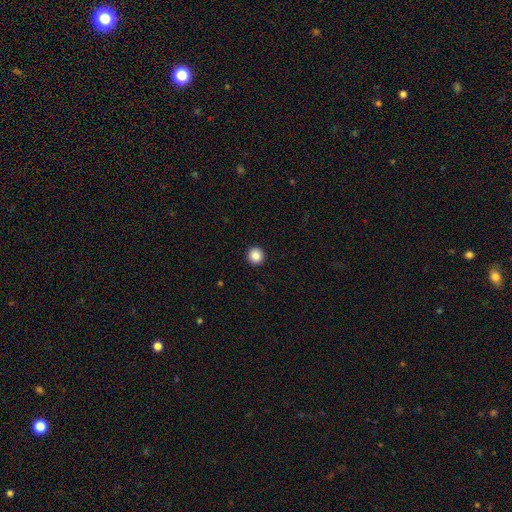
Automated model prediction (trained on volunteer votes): The model was most divided on "smooth or featured": smooth: 86%, star or artifact: 10%, featured or disk: 4%. More confident: how rounded — round (96%); merging — none (94%).